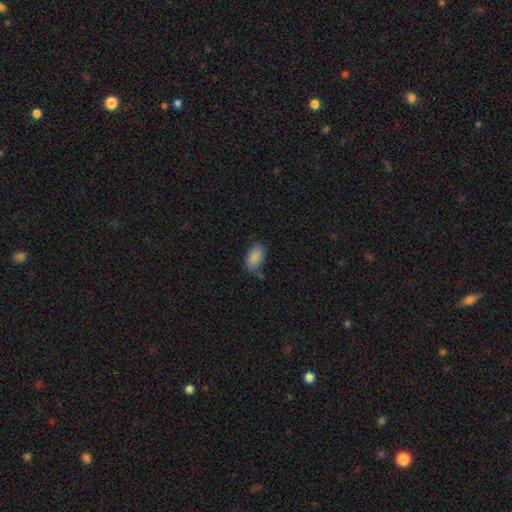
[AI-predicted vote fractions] This appears to be a smooth galaxy with no disk features (86%) that is in between round and cigar-shaped (93%). Merging: none (63%).